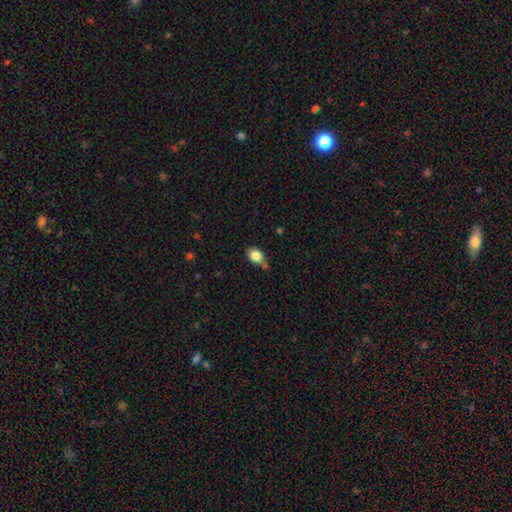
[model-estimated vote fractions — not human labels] Smooth or featured? Predicted: smooth (p=0.83). How rounded? Predicted: in between (p=0.62). Merging? Predicted: none (p=0.55).